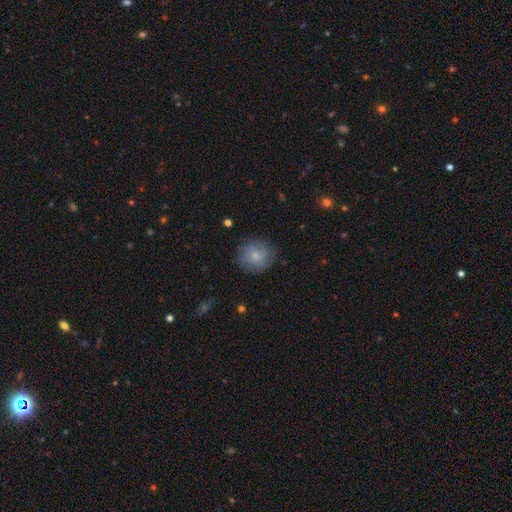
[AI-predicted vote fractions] A smooth galaxy with no disk features (64%) that is round (89%).

Vote fractions:
- Smooth or featured? smooth: 64% / featured or disk: 28% / star or artifact: 9%
- How rounded? round: 89% / in between: 10% / cigar-shaped: 1%
- Merging? none: 77% / minor disturbance: 16% / major disturbance: 6% / merger: 1%